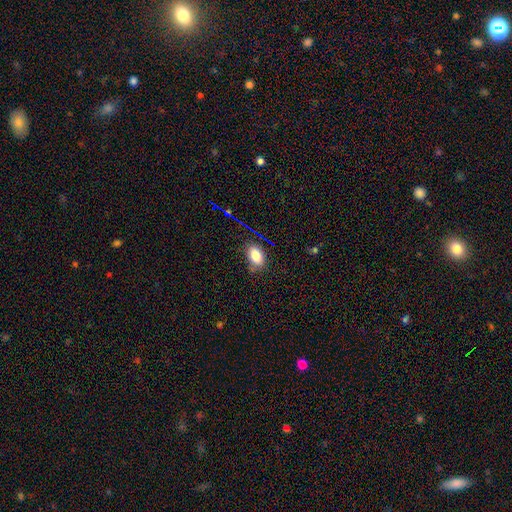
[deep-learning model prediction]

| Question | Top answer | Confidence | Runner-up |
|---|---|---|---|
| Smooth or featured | smooth | 82% | star or artifact (10%) |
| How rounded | in between | 89% | round (8%) |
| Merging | none | 74% | minor disturbance (19%) |